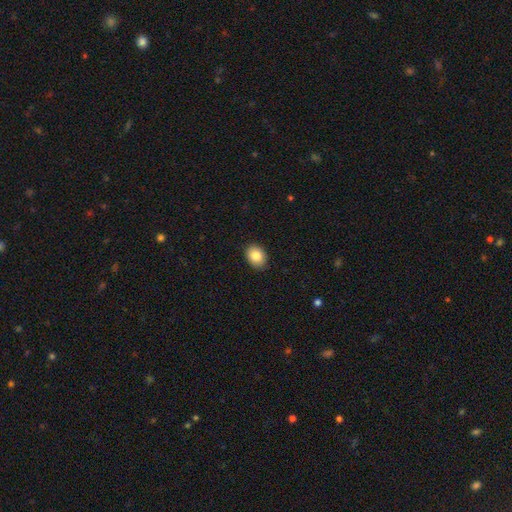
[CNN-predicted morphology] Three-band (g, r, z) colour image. It shows a smooth galaxy with no disk features (85%) that is in between round and cigar-shaped (65%). Merging: none (89%).